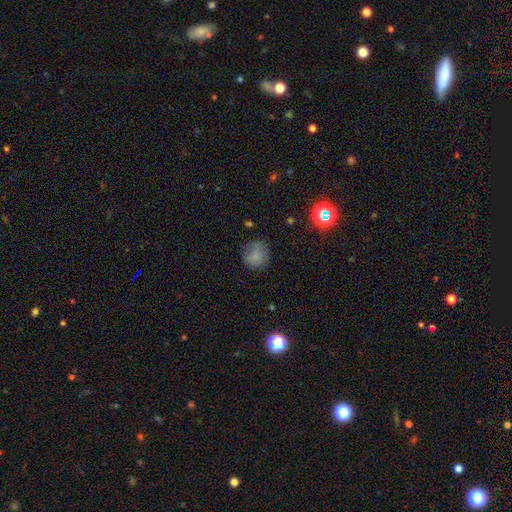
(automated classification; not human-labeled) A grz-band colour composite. It shows a smooth galaxy with no disk features (77%) that is round (86%). Merging: none (76%).